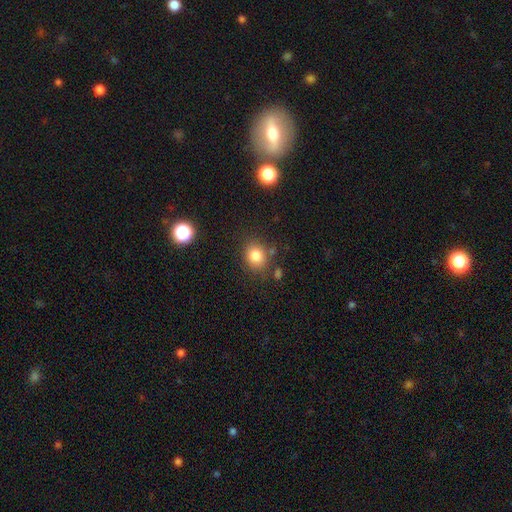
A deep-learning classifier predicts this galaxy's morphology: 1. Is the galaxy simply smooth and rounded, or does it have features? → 81% smooth, 12% star or artifact, 7% featured or disk.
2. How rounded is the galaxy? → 68% round, 31% in between, 1% cigar-shaped.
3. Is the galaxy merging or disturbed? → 77% none, 13% minor disturbance, 6% merger, 4% major disturbance.